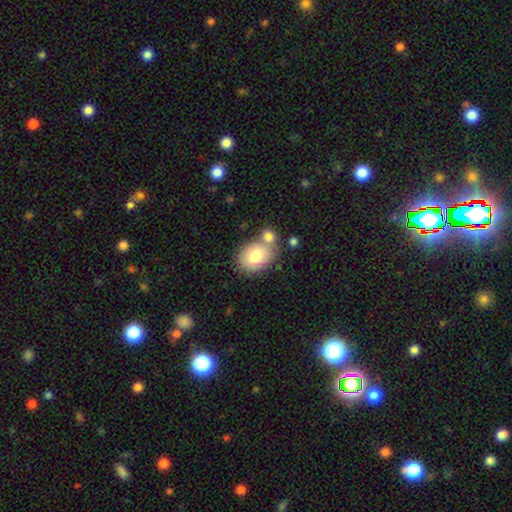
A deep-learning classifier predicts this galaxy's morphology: Smooth or featured: smooth — 78% (featured or disk — 14%)
How rounded: in between — 69% (round — 30%)
Merging: none — 57% (merger — 25%)